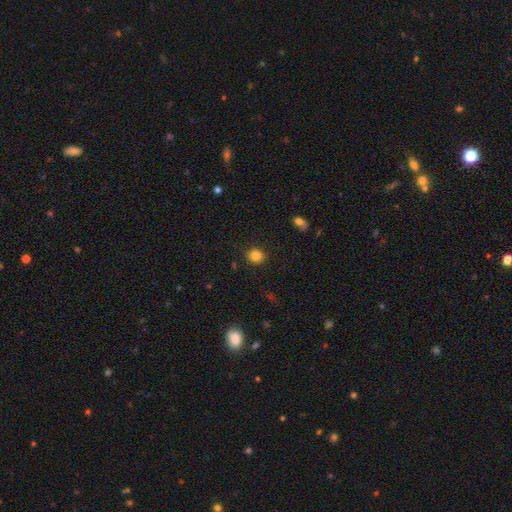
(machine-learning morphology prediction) smooth-or-featured: smooth: 83% | star or artifact: 12% | featured or disk: 5%
  how-rounded: round: 90% | in between: 10% | cigar-shaped: 1%
  merging: none: 90% | minor disturbance: 7% | major disturbance: 2% | merger: 1%